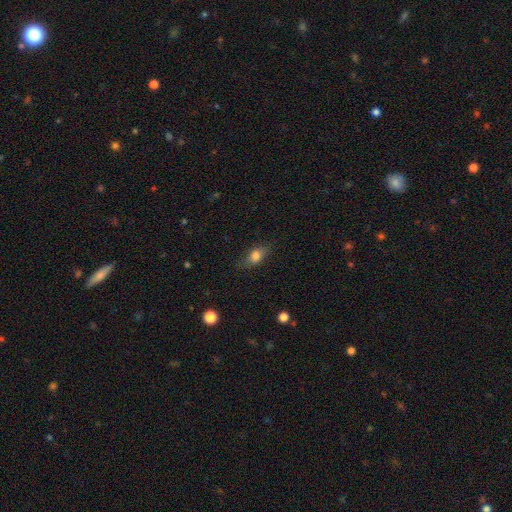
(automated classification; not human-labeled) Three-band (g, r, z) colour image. It shows a smooth galaxy with no disk features (76%) that is in between round and cigar-shaped (77%). Merging: none (79%).